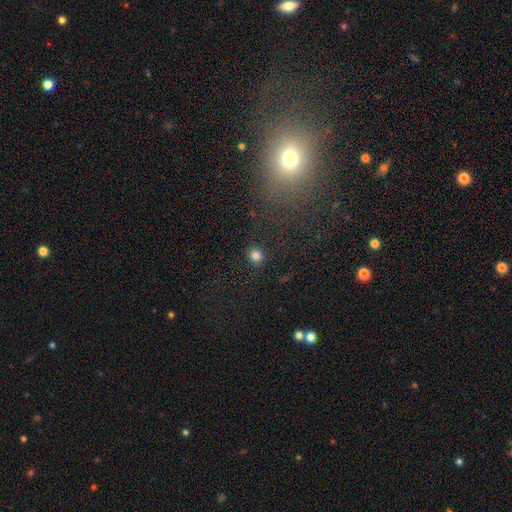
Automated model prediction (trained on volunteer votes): Smooth or featured? smooth (81%)
How rounded? round (84%)
Merging? none (89%)